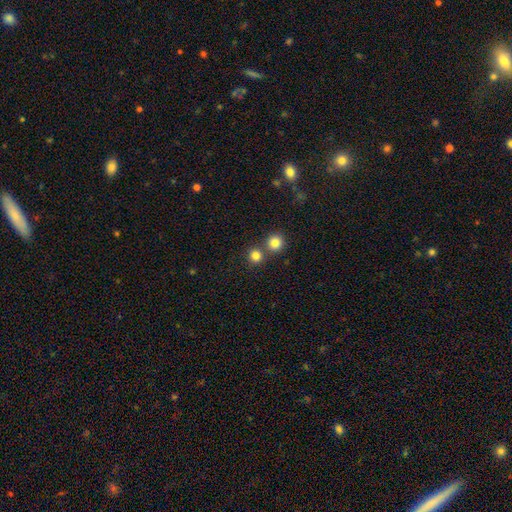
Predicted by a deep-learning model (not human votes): smooth 82%, star or artifact 13%, featured or disk 5%. Down the decision tree: how rounded — round (92%); merging — none (69%).